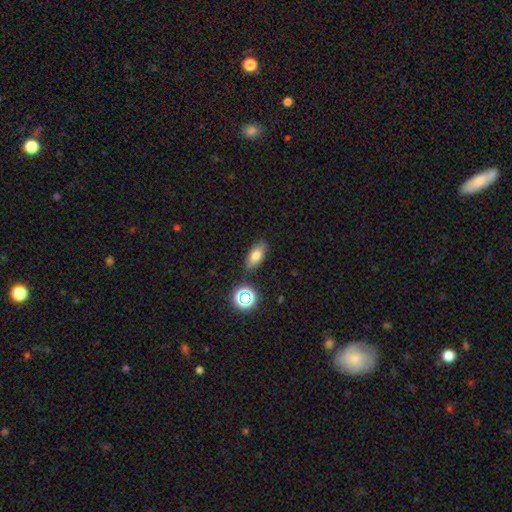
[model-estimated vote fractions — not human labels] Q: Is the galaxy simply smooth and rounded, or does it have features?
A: smooth — 75%.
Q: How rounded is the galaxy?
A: in between — 81%.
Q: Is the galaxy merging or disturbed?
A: none — 83%.